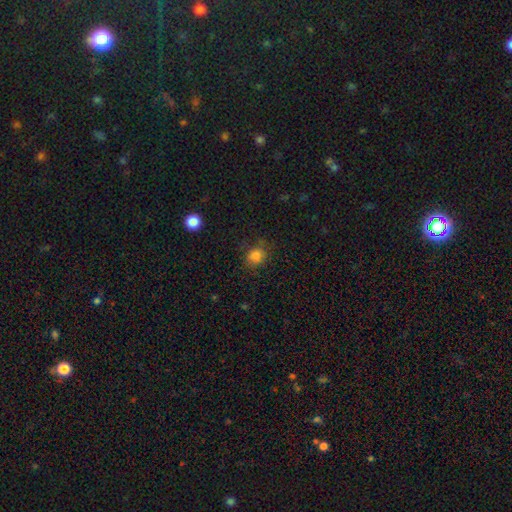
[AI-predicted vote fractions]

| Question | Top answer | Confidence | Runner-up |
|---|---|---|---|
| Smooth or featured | smooth | 80% | star or artifact (13%) |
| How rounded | round | 67% | in between (32%) |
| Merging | none | 76% | minor disturbance (17%) |